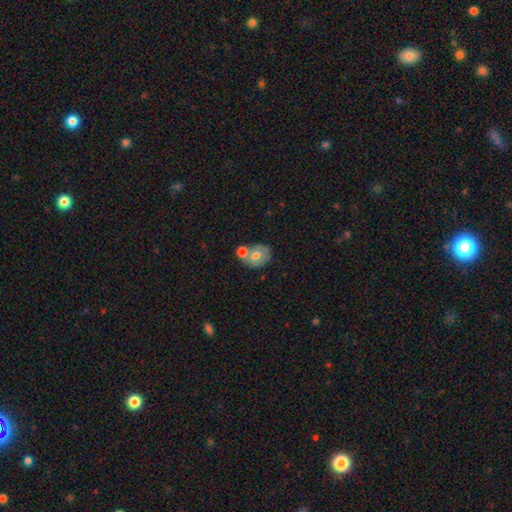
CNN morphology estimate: Smooth or featured?
  - smooth: 58% *
  - featured or disk: 35%
  - star or artifact: 7%
How rounded?
  - round: 51% *
  - in between: 48%
  - cigar-shaped: 1%
Merging?
  - merger: 47% *
  - none: 34%
  - minor disturbance: 13%
  - major disturbance: 5%